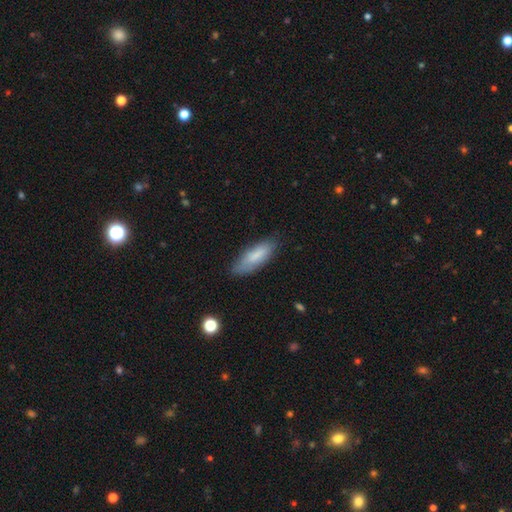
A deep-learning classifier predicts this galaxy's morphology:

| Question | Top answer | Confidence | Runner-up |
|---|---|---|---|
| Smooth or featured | smooth | 78% | featured or disk (16%) |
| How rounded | in between | 58% | cigar-shaped (40%) |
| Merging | none | 74% | minor disturbance (20%) |